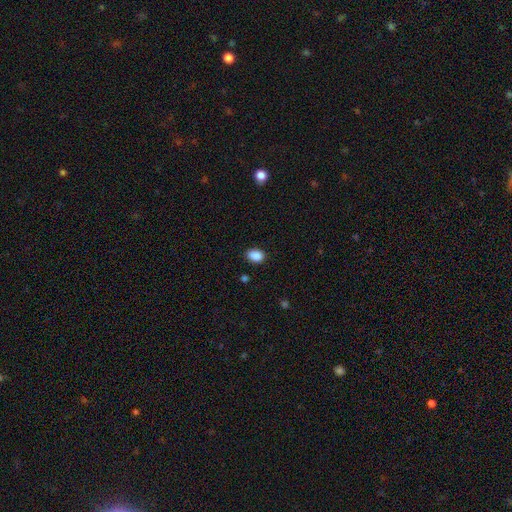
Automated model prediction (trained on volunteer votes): This is clearly a smooth galaxy (89%). How rounded: clearly in between (81%). Merging: clearly none (86%).